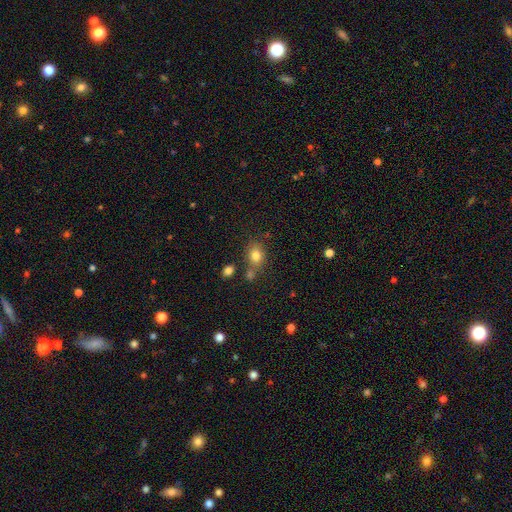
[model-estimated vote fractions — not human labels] smooth 80%, star or artifact 11%, featured or disk 9%. Down the decision tree: how rounded — round (50%); merging — none (65%).